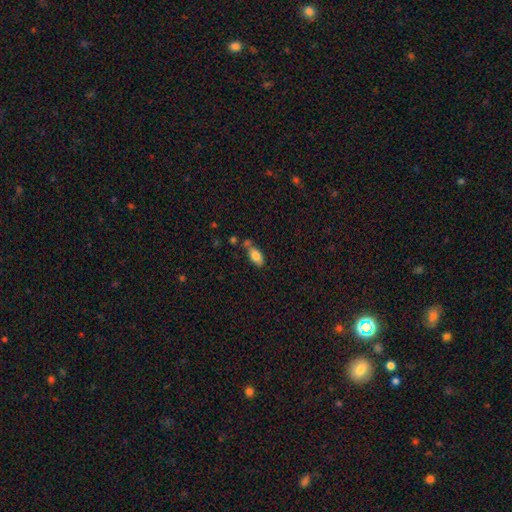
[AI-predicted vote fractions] Morphology: type=smooth (78%); roundness=in between (87%); merging=none (57%).